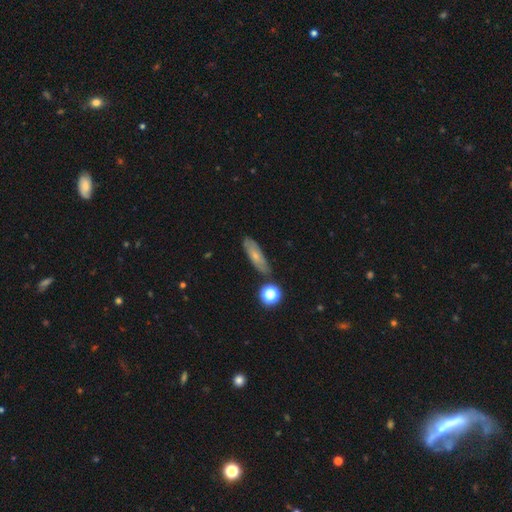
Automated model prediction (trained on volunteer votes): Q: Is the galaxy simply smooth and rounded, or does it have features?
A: smooth — 61%.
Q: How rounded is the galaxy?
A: cigar-shaped — 49%.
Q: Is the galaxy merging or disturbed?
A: none — 74%.